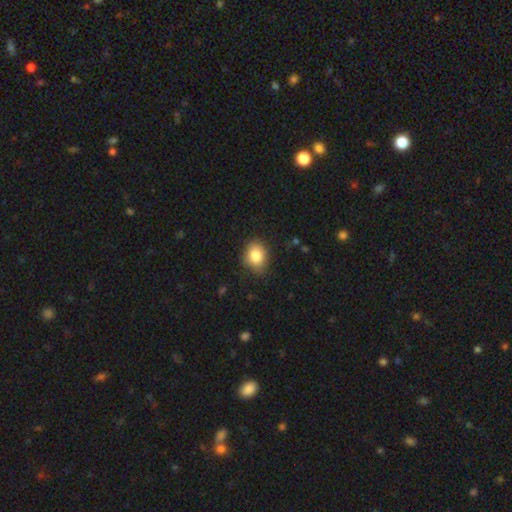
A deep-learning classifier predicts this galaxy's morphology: This is clearly a smooth galaxy (84%). How rounded: possibly in between (55%). Merging: clearly none (81%).